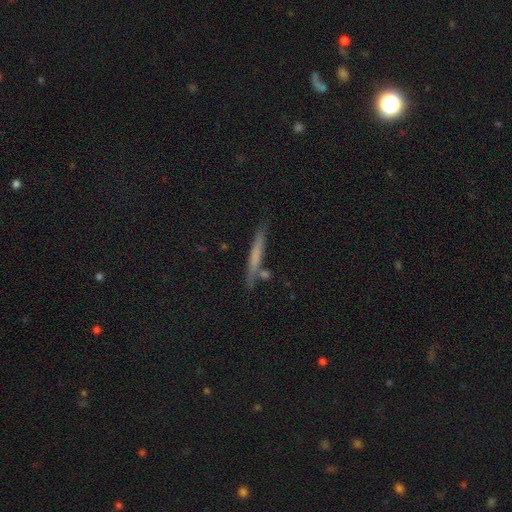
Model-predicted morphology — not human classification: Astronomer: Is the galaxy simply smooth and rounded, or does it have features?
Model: smooth — 55% (runner-up: featured or disk, 37%).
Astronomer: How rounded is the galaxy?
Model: cigar-shaped — 95%.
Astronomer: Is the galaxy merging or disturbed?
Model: none — 80%.